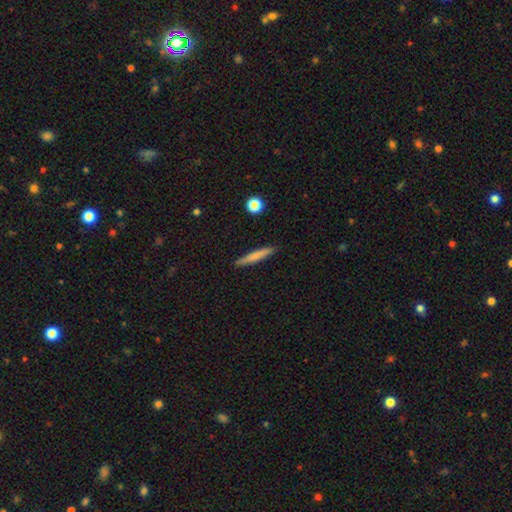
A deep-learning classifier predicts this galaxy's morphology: This appears to be a smooth galaxy with no disk features (72%) that is cigar-shaped (94%). Merging: none (89%).